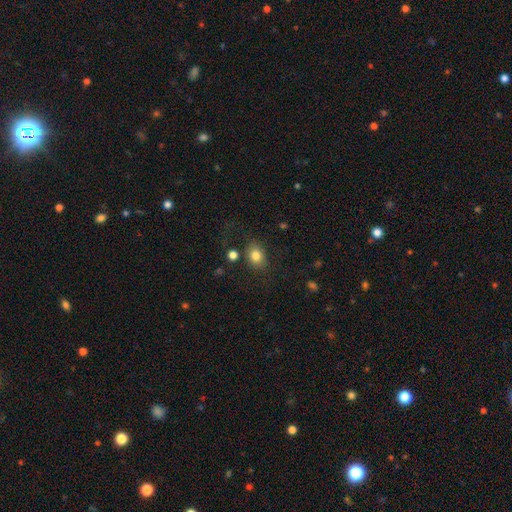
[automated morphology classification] This appears to be a smooth galaxy with no disk features (81%) that is in between round and cigar-shaped (57%). Merging: none (76%).